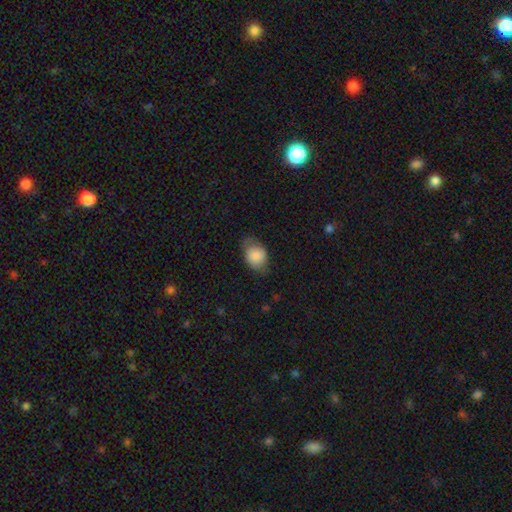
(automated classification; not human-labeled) The model was most divided on "how rounded": in between: 66%, round: 32%, cigar-shaped: 1%. More confident: smooth or featured — smooth (83%); merging — none (63%).